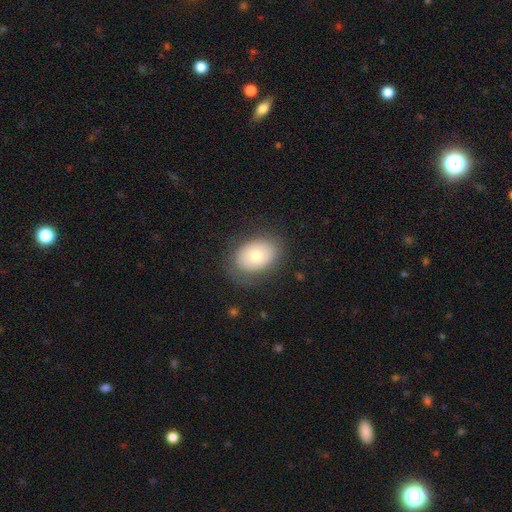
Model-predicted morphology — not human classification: smooth-or-featured: smooth: 68% | featured or disk: 24% | star or artifact: 8%
  how-rounded: in between: 75% | round: 25% | cigar-shaped: 1%
  merging: none: 76% | minor disturbance: 16% | major disturbance: 7% | merger: 1%